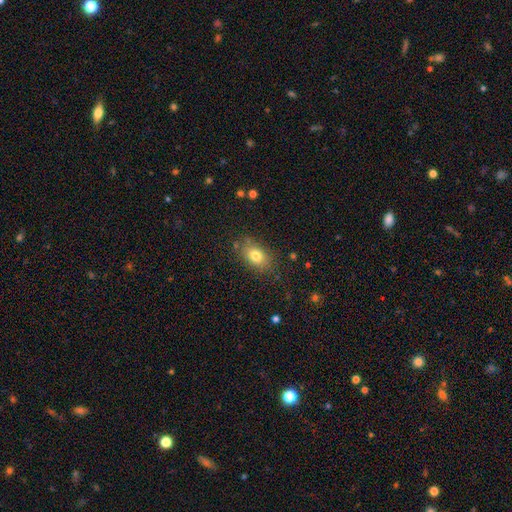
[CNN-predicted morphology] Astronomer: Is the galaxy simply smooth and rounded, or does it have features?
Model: smooth — 79%.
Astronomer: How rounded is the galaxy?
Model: in between — 82%.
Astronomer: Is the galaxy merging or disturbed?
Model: none — 79%.